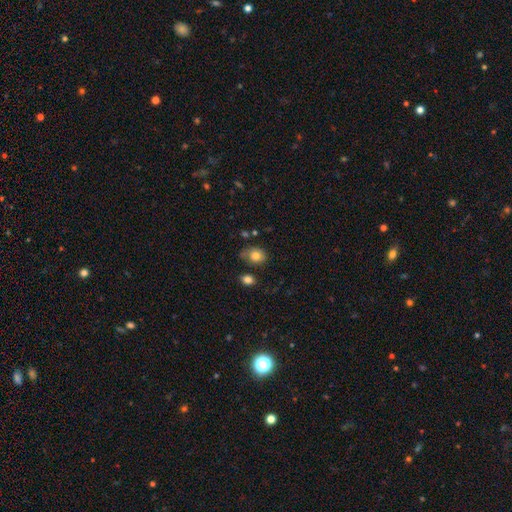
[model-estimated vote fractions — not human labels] Morphology: type=smooth (81%); roundness=in between (52%); merging=none (62%).